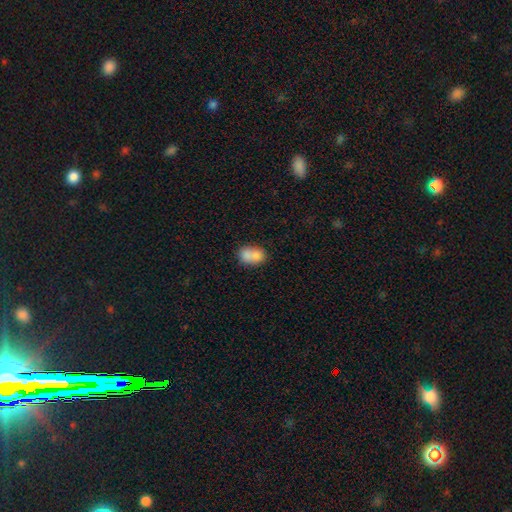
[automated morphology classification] Smooth or featured: smooth — 80% (featured or disk — 11%)
How rounded: in between — 78% (round — 20%)
Merging: none — 50% (merger — 28%)